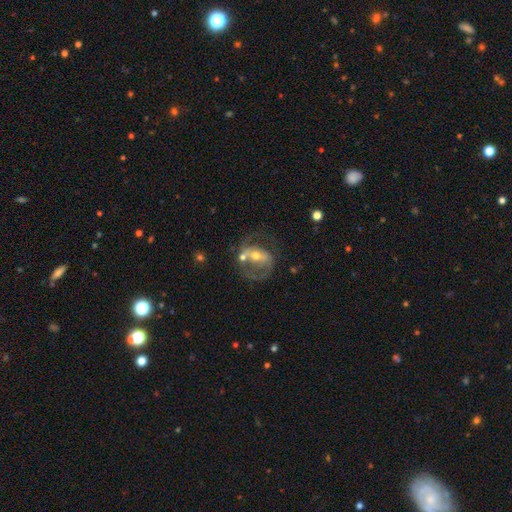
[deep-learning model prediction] Q: Smooth or featured?
A: featured or disk (77%); runner-up: smooth (15%)
Q: Edge-on disk?
A: no (96%); runner-up: yes (4%)
Q: Bar?
A: weak (36%); runner-up: strong (34%)
Q: Spiral arms?
A: yes (80%); runner-up: no (20%)
Q: Spiral winding?
A: medium (51%); runner-up: loose (26%)
Q: Spiral arm count?
A: 2 (77%); runner-up: can't tell (10%)
Q: Bulge size?
A: moderate (57%); runner-up: small (35%)
Q: Merging?
A: none (46%); runner-up: major disturbance (21%)